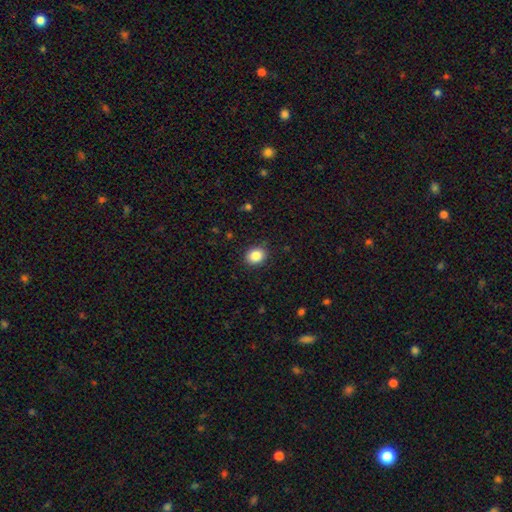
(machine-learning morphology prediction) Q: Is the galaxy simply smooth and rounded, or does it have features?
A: smooth — 86%.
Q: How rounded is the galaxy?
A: round — 56%.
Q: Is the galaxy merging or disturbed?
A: none — 88%.